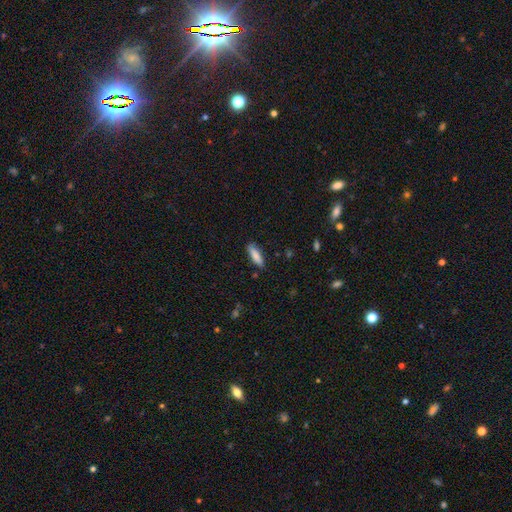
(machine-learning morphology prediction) smooth 83%, featured or disk 11%, star or artifact 6%. Down the decision tree: how rounded — cigar-shaped (57%); merging — none (81%).